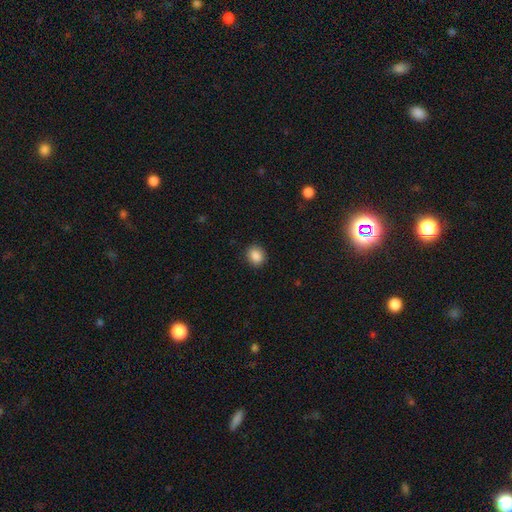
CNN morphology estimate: smooth 87%, star or artifact 9%, featured or disk 4%. Down the decision tree: how rounded — round (66%); merging — none (90%).